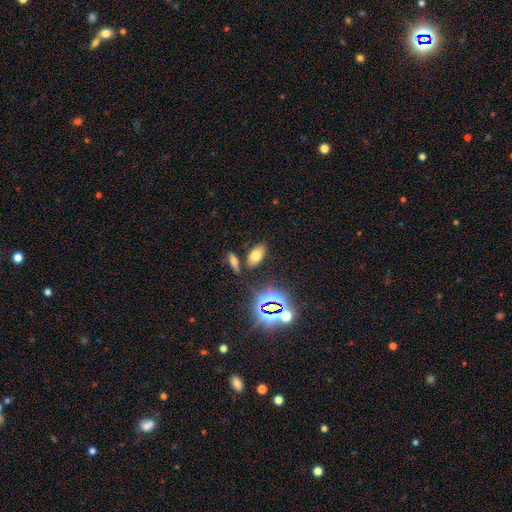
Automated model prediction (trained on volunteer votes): A smooth galaxy with no disk features (65%) that is in between round and cigar-shaped (90%).

Vote fractions:
- Smooth or featured? smooth: 65% / star or artifact: 23% / featured or disk: 13%
- How rounded? in between: 90% / round: 6% / cigar-shaped: 5%
- Merging? none: 80% / minor disturbance: 9% / merger: 7% / major disturbance: 4%